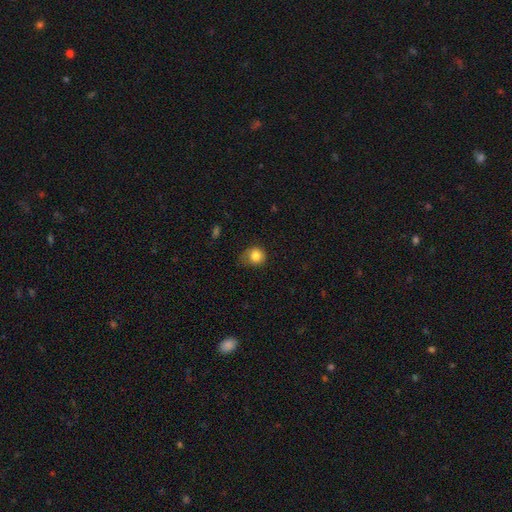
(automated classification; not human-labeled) smooth 83%, star or artifact 10%, featured or disk 7%. Down the decision tree: how rounded — round (79%); merging — none (54%).